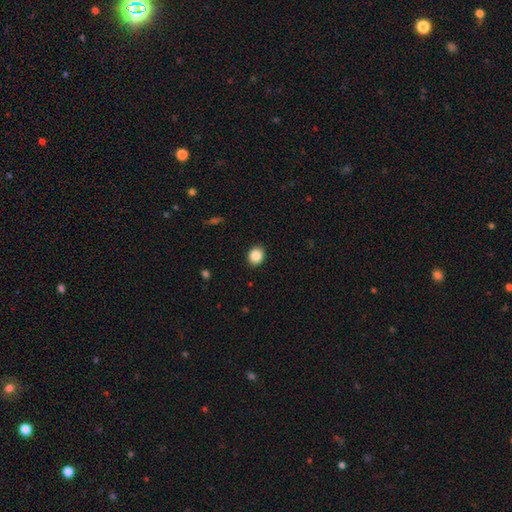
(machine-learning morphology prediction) smooth_or_featured: smooth (p=0.87) [alt: star or artifact p=0.09]
how_rounded: round (p=0.72) [alt: in between p=0.28]
merging: none (p=0.91) [alt: minor disturbance p=0.06]